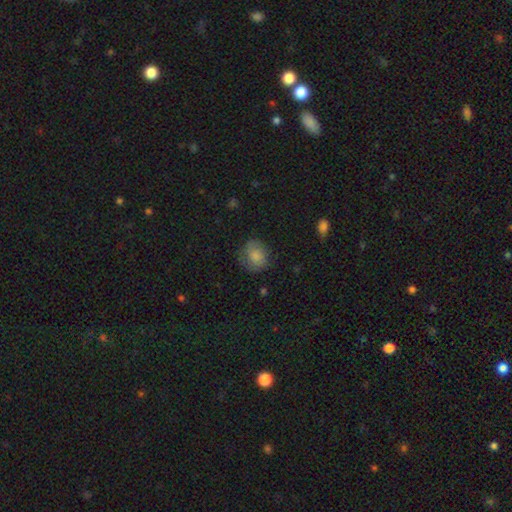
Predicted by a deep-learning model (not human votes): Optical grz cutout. It shows a smooth galaxy with no disk features (72%) that is round (75%). Merging: none (70%).